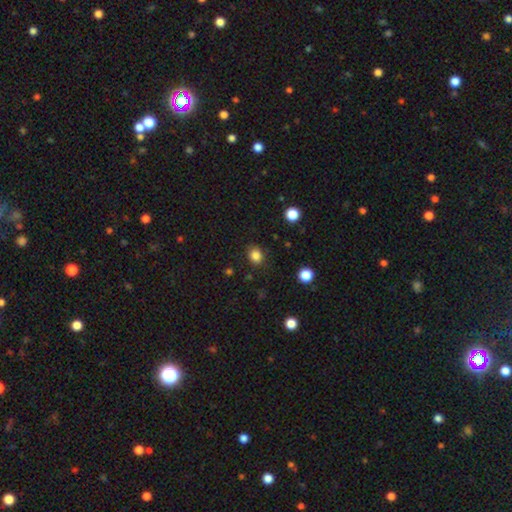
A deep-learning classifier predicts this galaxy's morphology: Q: Smooth or featured?
A: smooth (84%); runner-up: star or artifact (12%)
Q: How rounded?
A: round (63%); runner-up: in between (36%)
Q: Merging?
A: none (86%); runner-up: minor disturbance (10%)